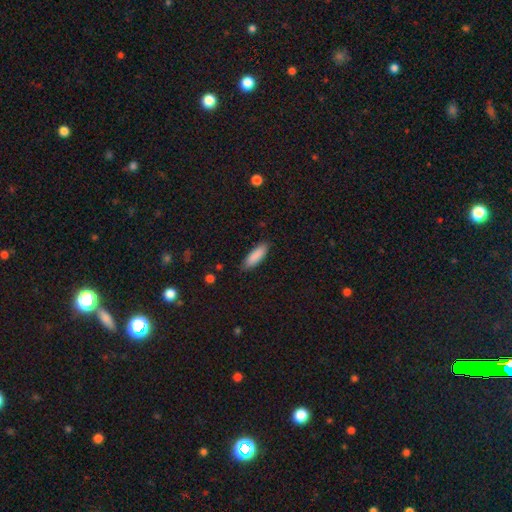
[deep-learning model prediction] This is clearly a smooth galaxy (88%). How rounded: possibly cigar-shaped (50%). Merging: clearly none (86%).